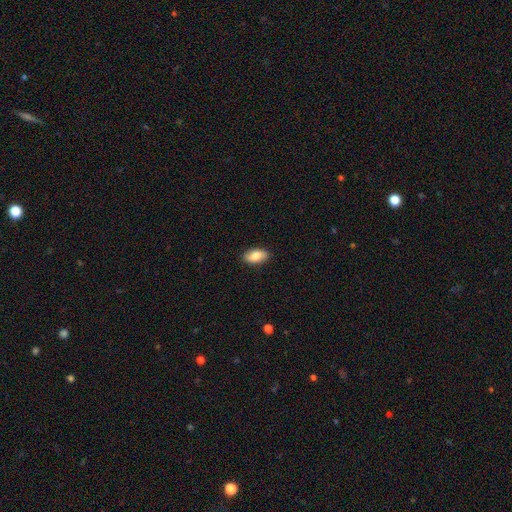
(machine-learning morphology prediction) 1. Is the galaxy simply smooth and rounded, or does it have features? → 80% smooth, 14% featured or disk, 7% star or artifact.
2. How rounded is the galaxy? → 92% in between, 4% cigar-shaped, 4% round.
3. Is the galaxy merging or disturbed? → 87% none, 10% minor disturbance, 2% major disturbance, 1% merger.